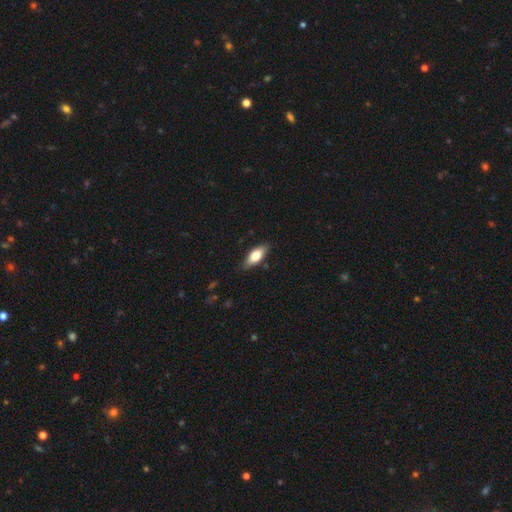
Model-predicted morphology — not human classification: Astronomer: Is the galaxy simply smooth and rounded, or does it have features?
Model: smooth — 70%.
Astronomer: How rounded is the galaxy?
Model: in between — 76%.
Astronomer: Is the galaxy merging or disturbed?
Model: none — 83%.